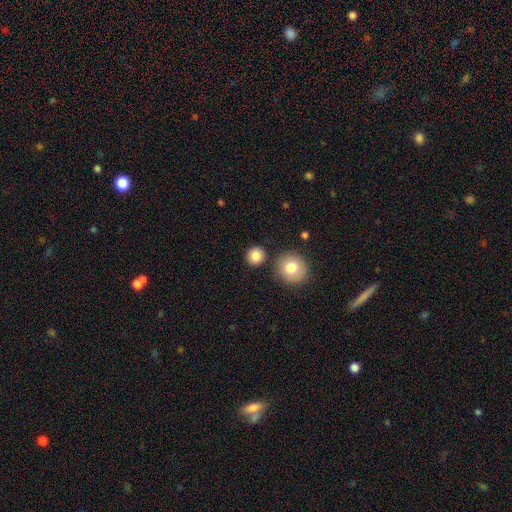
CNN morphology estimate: Smooth or featured: smooth — 84% (star or artifact — 10%)
How rounded: round — 91% (in between — 8%)
Merging: none — 84% (minor disturbance — 7%)